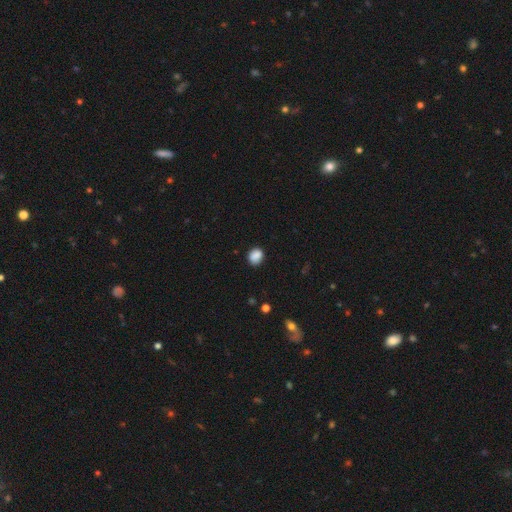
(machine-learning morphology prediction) Smooth or featured? Predicted: smooth (p=0.87). How rounded? Predicted: round (p=0.59). Merging? Predicted: none (p=0.82).